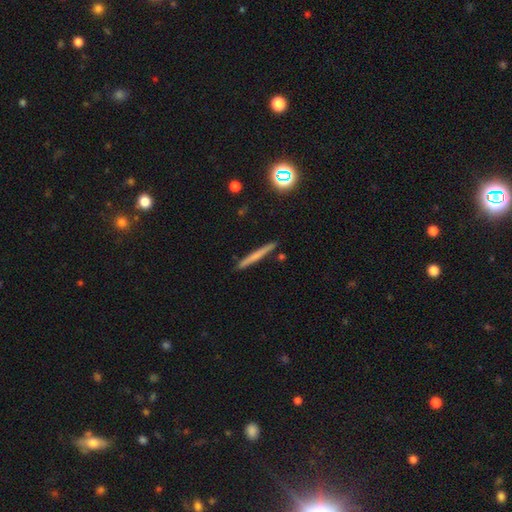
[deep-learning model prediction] This appears to be a smooth galaxy with no disk features (53%) that is cigar-shaped (96%). Merging: none (90%).